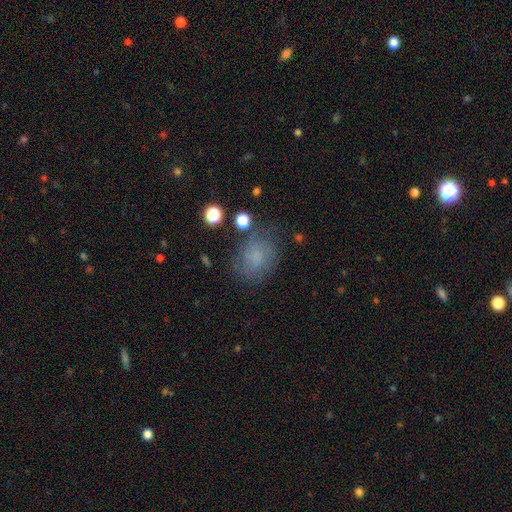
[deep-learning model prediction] smooth 58%, featured or disk 26%, star or artifact 17%. Down the decision tree: how rounded — round (50%); merging — none (65%).